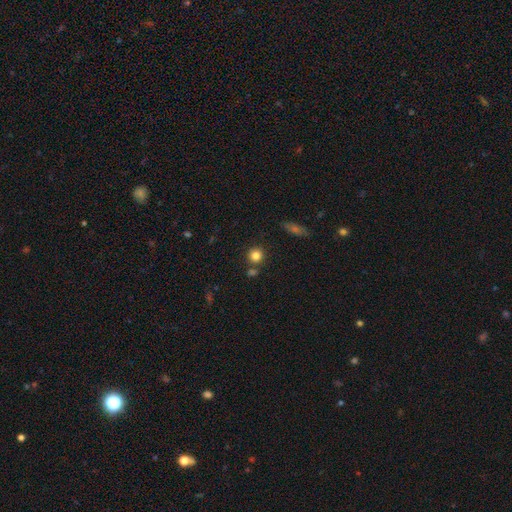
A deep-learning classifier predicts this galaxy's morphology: A smooth galaxy with no disk features (82%) that is round (91%). Merging: none (78%).